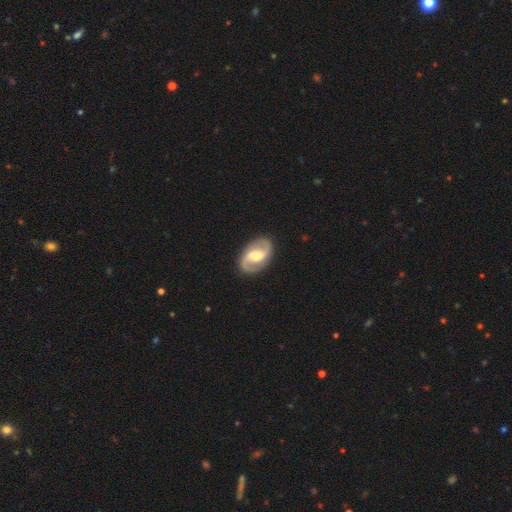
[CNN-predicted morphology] A featured or disk galaxy (85%) with a weak bar (47%), 2 (93%) medium (52%) spiral arms (93%) and a moderate central bulge (65%). Merging: none (88%).